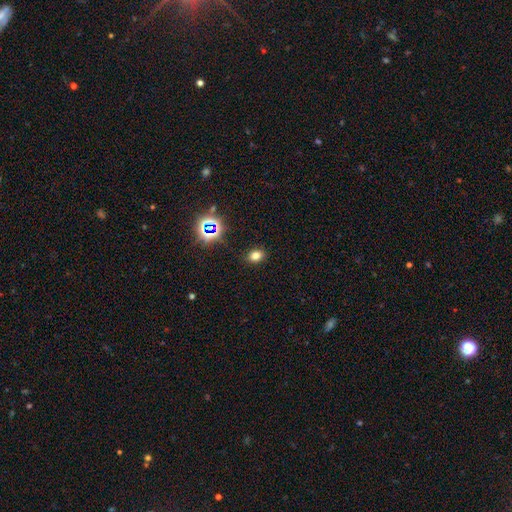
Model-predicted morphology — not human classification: A smooth galaxy with no disk features (73%) that is in between round and cigar-shaped (68%). Merging: none (87%).